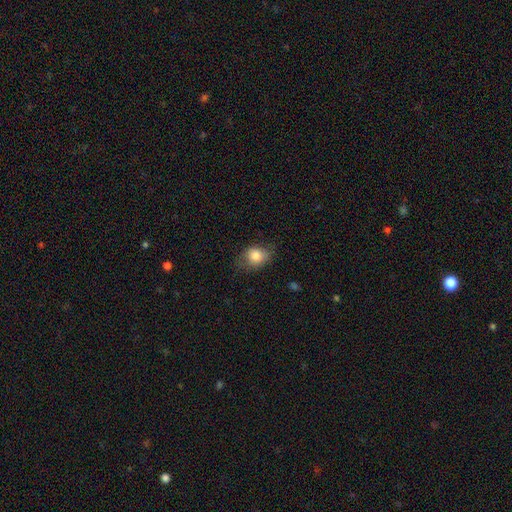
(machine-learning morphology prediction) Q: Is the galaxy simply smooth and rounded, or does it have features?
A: smooth — 81%.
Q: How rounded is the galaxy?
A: in between — 53%.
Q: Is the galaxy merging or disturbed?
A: none — 64%.